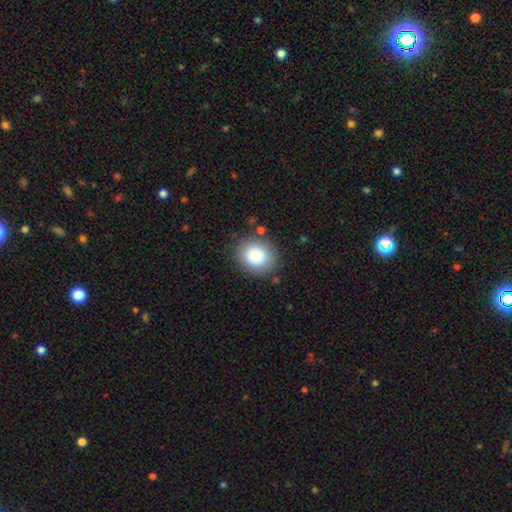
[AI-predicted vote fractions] A smooth galaxy with no disk features (86%) that is round (78%).

Vote fractions:
- Smooth or featured? smooth: 86% / star or artifact: 8% / featured or disk: 5%
- How rounded? round: 78% / in between: 21% / cigar-shaped: 1%
- Merging? none: 85% / minor disturbance: 9% / major disturbance: 3% / merger: 2%